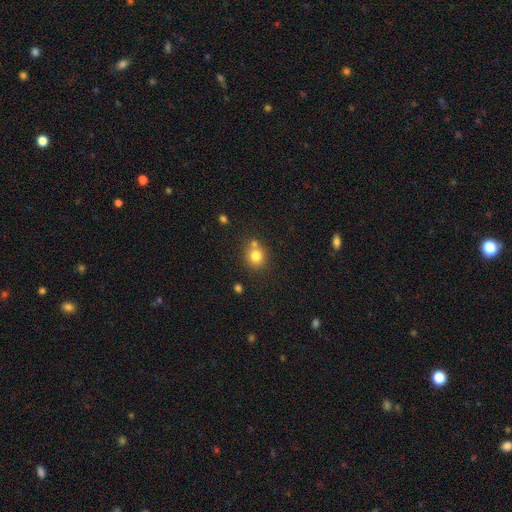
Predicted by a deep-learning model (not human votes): This is likely a smooth galaxy (79%). How rounded: clearly round (83%). Merging: likely none (64%).